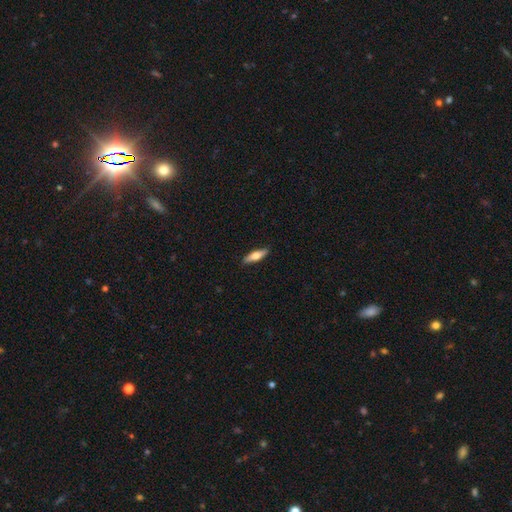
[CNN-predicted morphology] Smooth or featured? smooth (58%)
How rounded? cigar-shaped (61%)
Merging? none (89%)